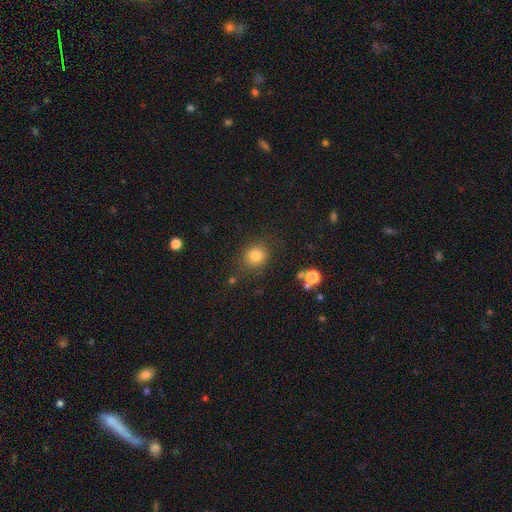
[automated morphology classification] Smooth or featured: smooth — 82% (star or artifact — 12%)
How rounded: round — 78% (in between — 21%)
Merging: none — 81% (minor disturbance — 11%)